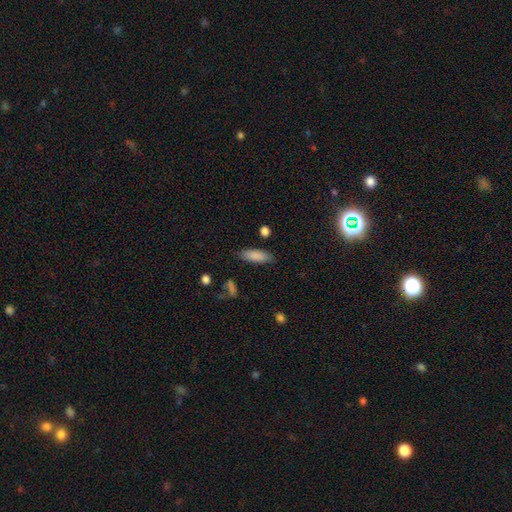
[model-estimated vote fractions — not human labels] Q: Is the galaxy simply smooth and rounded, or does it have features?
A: smooth — 87%.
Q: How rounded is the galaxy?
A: in between — 65%.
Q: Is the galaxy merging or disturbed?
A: none — 84%.